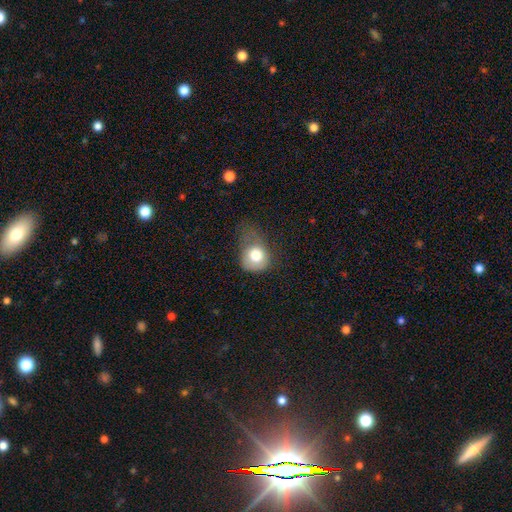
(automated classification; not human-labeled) The model was most divided on "merging": major disturbance: 38%, minor disturbance: 35%, none: 24%, merger: 3%. More confident: smooth or featured — smooth (77%); how rounded — round (67%).